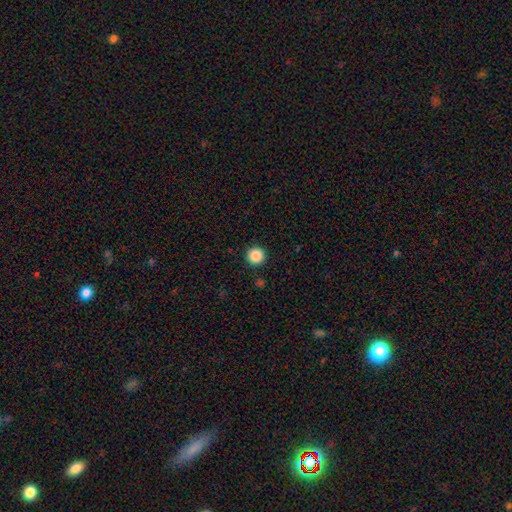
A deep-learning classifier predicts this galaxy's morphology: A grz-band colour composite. It shows a smooth galaxy with no disk features (87%) that is round (96%). Merging: none (92%).